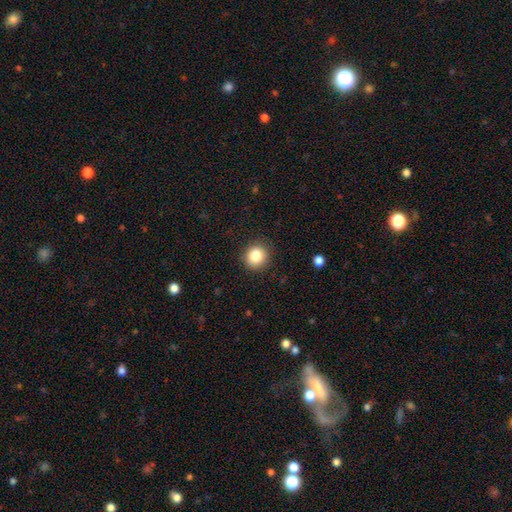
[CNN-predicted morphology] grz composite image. It shows a smooth galaxy with no disk features (83%) that is round (90%). Merging: none (89%).